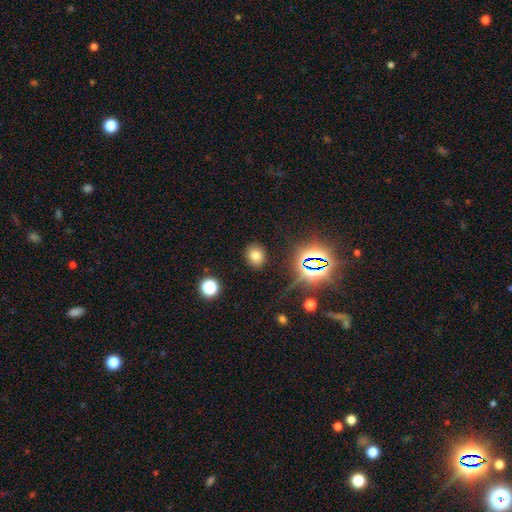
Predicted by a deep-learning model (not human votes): This is likely a smooth galaxy (72%). How rounded: possibly round (59%). Merging: clearly none (86%).